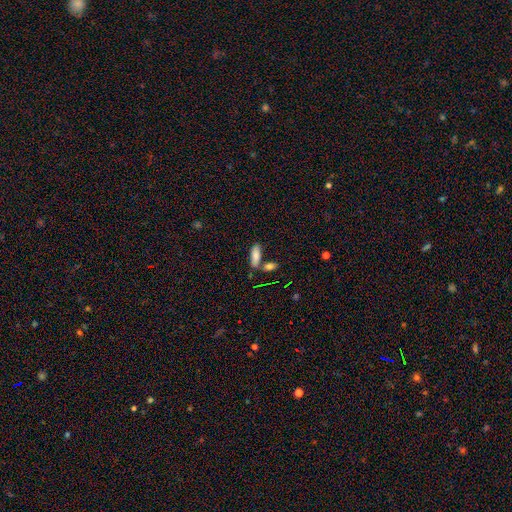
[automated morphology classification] This appears to be a smooth galaxy with no disk features (82%) that is in between round and cigar-shaped (66%). Merging: none (62%).